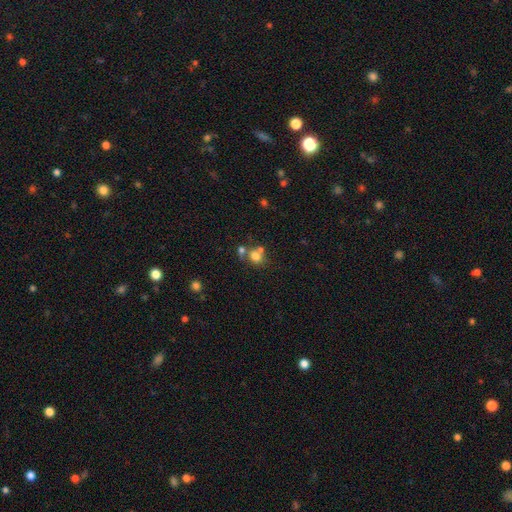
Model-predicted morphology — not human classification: type=smooth (73%); roundness=round (66%); merging=none (44%).